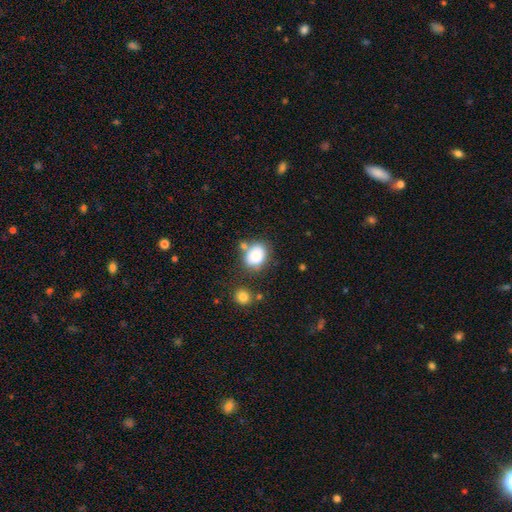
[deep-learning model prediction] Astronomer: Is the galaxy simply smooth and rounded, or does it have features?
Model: smooth — 83%.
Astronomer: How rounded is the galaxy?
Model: in between — 57% (runner-up: round, 42%).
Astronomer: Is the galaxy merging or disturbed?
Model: none — 65%.